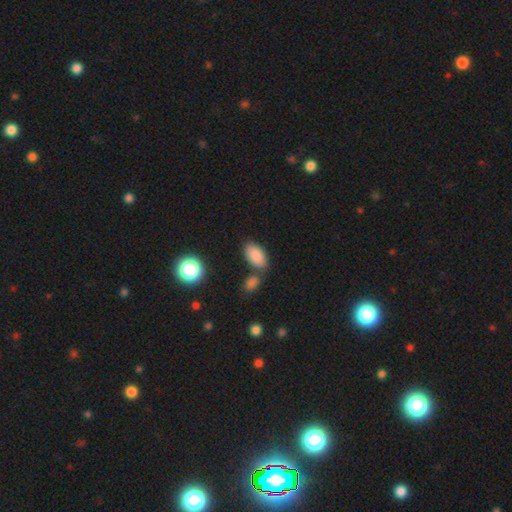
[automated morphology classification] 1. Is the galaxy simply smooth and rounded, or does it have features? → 86% smooth, 9% star or artifact, 5% featured or disk.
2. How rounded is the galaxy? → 94% in between, 4% round, 2% cigar-shaped.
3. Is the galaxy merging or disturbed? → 67% none, 17% merger, 13% minor disturbance, 4% major disturbance.